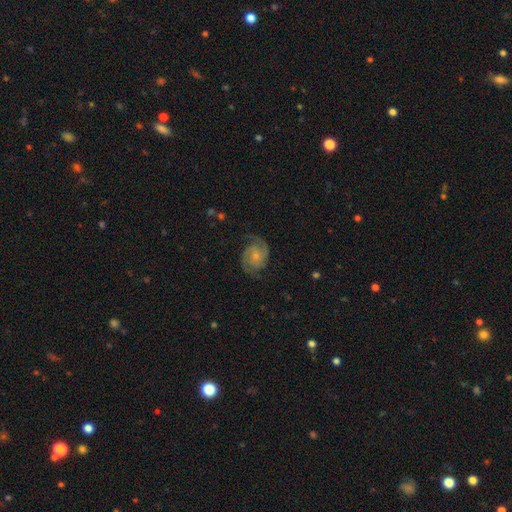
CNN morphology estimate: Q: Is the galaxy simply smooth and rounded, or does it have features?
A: featured or disk — 87%.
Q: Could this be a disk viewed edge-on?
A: no — 98%.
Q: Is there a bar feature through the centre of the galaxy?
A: no — 65%.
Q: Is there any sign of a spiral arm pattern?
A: yes — 97%.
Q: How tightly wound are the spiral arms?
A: medium — 50%.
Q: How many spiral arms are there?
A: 2 — 86%.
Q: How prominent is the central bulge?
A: small — 66%.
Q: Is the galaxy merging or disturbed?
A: none — 76%.